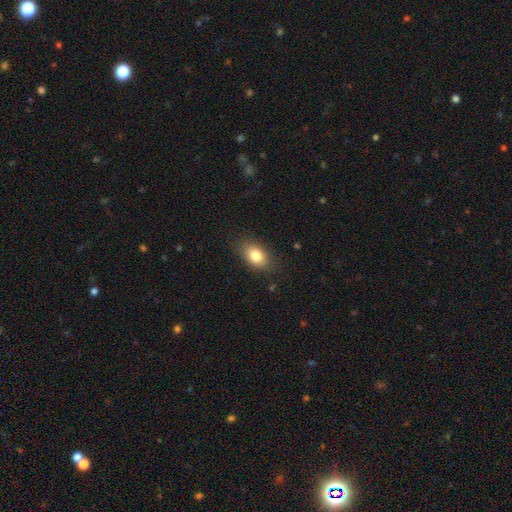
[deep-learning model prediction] This appears to be a smooth galaxy with no disk features (82%) that is in between round and cigar-shaped (85%). Merging: none (82%).